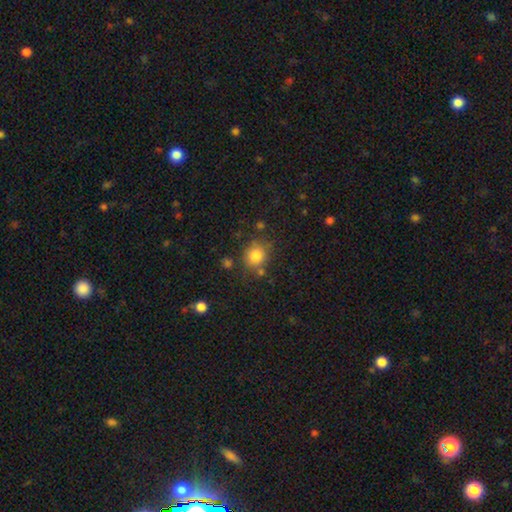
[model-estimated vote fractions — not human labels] Smooth or featured? smooth (82%)
How rounded? round (80%)
Merging? none (74%)